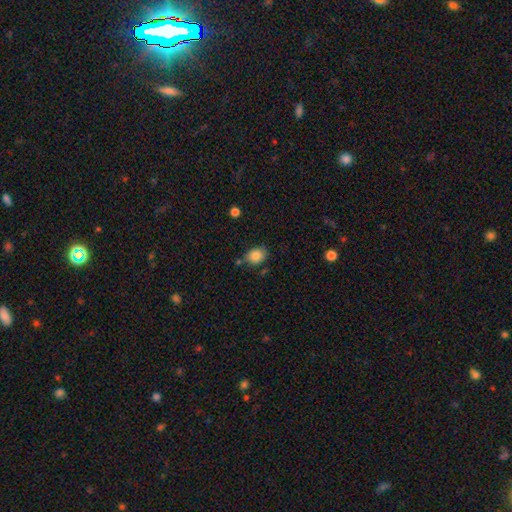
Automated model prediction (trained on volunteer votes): smooth-or-featured: smooth: 85% | star or artifact: 9% | featured or disk: 6%
  how-rounded: in between: 55% | round: 44% | cigar-shaped: 1%
  merging: none: 71% | minor disturbance: 19% | merger: 6% | major disturbance: 4%